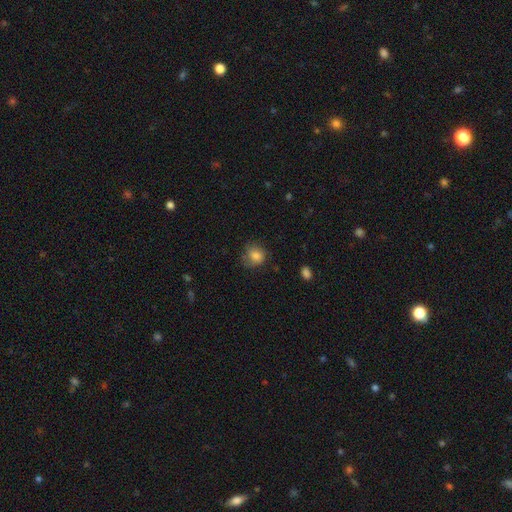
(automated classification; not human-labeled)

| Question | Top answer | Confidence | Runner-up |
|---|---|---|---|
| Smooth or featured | smooth | 78% | featured or disk (13%) |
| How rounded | round | 71% | in between (28%) |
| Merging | none | 60% | minor disturbance (27%) |